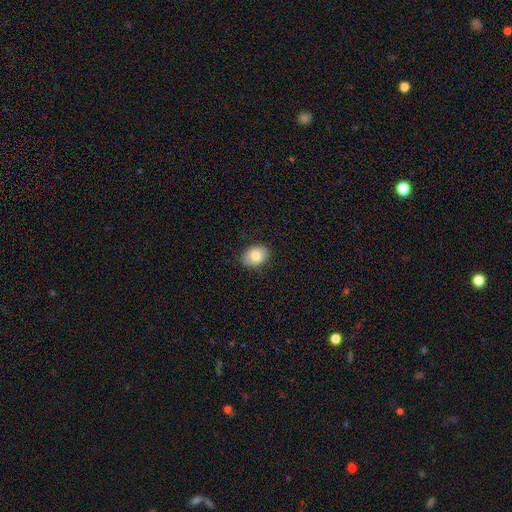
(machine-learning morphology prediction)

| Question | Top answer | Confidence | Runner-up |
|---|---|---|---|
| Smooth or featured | smooth | 79% | featured or disk (14%) |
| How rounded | in between | 76% | round (23%) |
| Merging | none | 85% | minor disturbance (12%) |